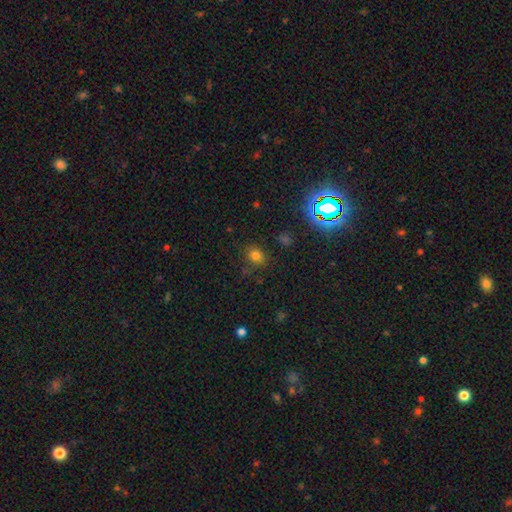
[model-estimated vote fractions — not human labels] A smooth galaxy with no disk features (73%) that is round (61%). Merging: none (80%).